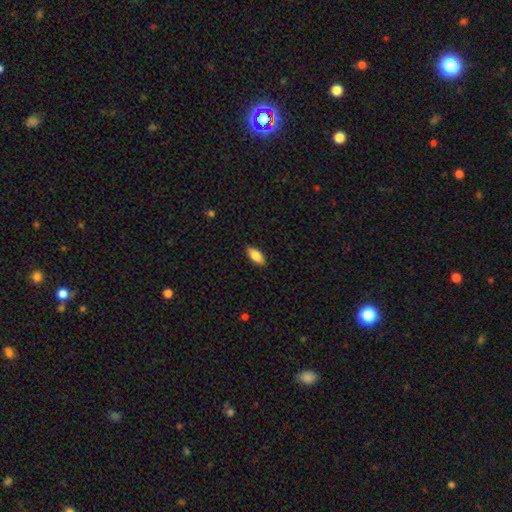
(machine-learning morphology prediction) type=smooth (85%); roundness=in between (85%); merging=none (88%).